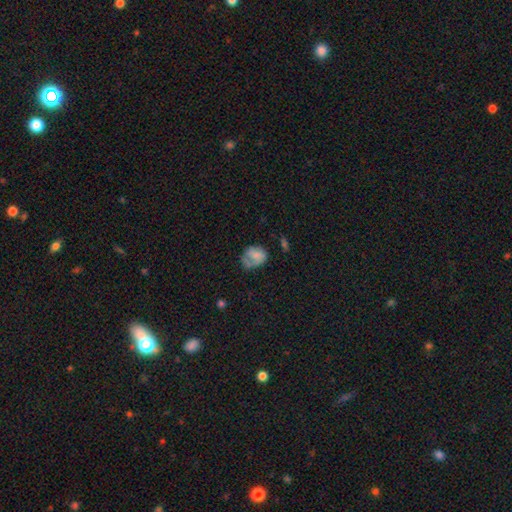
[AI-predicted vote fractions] This appears to be a smooth galaxy with no disk features (62%) that is in between round and cigar-shaped (54%). Merging: none (39%).